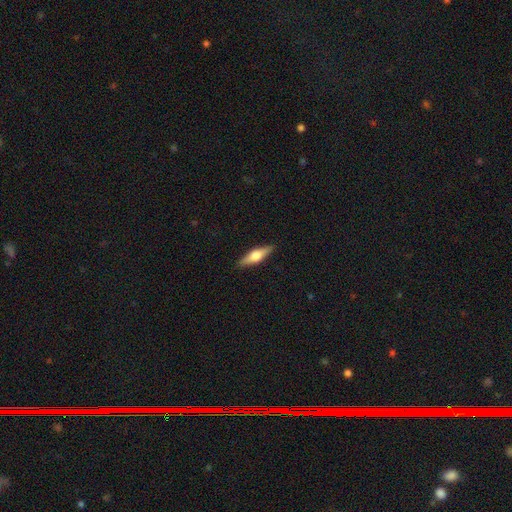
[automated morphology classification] A featured or disk galaxy (53%) viewed edge-on (94%). Merging: none (90%).